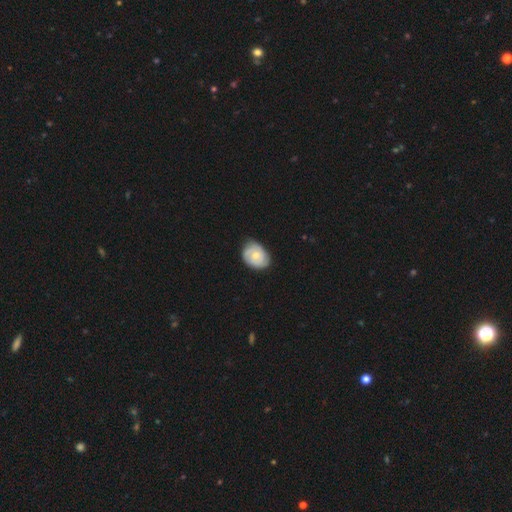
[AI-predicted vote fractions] A featured or disk galaxy (63%) with no bar (70%), 2 (44%) tight (65%) spiral arms (87%) and a moderate central bulge (58%).

Vote fractions:
- Smooth or featured? featured or disk: 63% / smooth: 32% / star or artifact: 6%
- Edge-on disk? no: 97% / yes: 3%
- Bar? no: 70% / weak: 26% / strong: 4%
- Spiral arms? yes: 87% / no: 13%
- Spiral winding? tight: 65% / medium: 27% / loose: 7%
- Spiral arm count? 2: 44% / can't tell: 25% / 3: 20% / 1: 4% / 4: 4% / more than 4: 3%
- Bulge size? moderate: 58% / small: 38% / large: 2% / none: 2% / dominant: 1%
- Merging? none: 75% / minor disturbance: 20% / major disturbance: 4% / merger: 1%